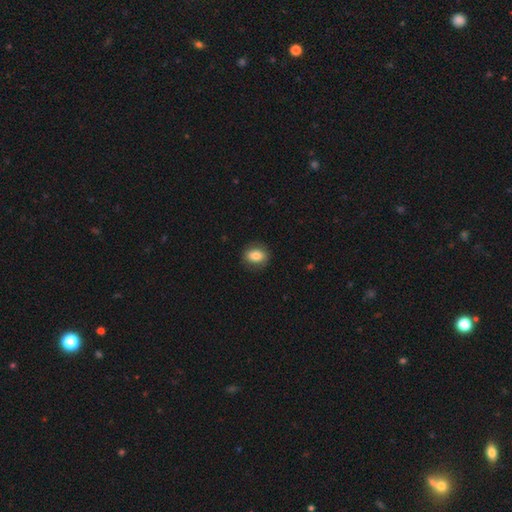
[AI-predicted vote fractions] Smooth or featured?
  - smooth: 83% *
  - featured or disk: 9%
  - star or artifact: 8%
How rounded?
  - in between: 64% *
  - round: 35%
  - cigar-shaped: 2%
Merging?
  - none: 86% *
  - minor disturbance: 10%
  - major disturbance: 3%
  - merger: 1%